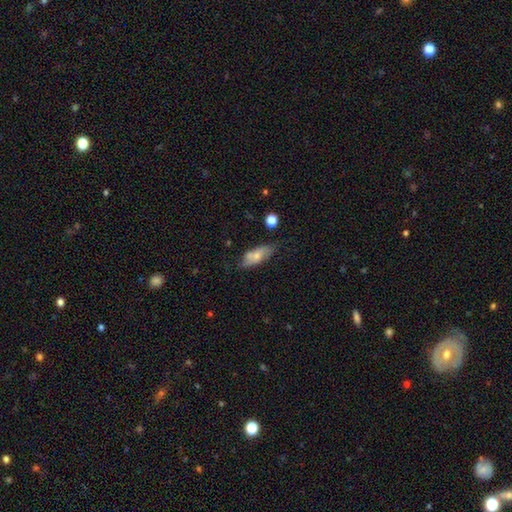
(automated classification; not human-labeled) This is likely a smooth galaxy (63%). How rounded: likely in between (79%). Merging: likely none (60%).